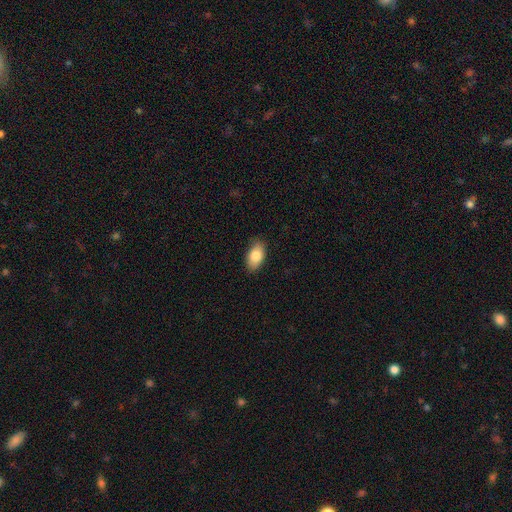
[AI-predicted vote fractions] smooth 84%, featured or disk 9%, star or artifact 7%. Down the decision tree: how rounded — in between (93%); merging — none (86%).